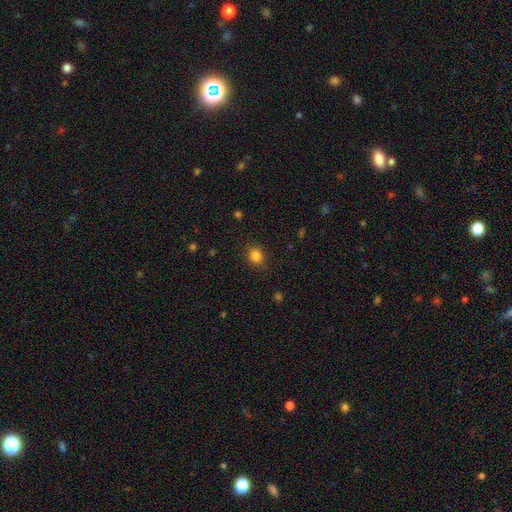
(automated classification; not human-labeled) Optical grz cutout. It shows a smooth galaxy with no disk features (84%) that is round (67%). Merging: none (86%).